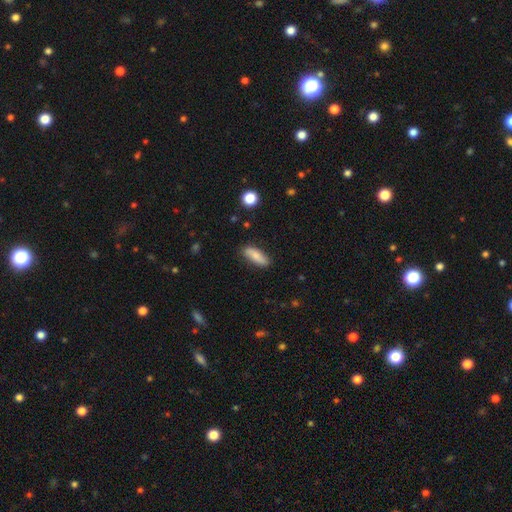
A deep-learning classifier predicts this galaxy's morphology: smooth-or-featured: smooth: 78% | featured or disk: 15% | star or artifact: 6%
  how-rounded: in between: 60% | cigar-shaped: 38% | round: 2%
  merging: none: 84% | minor disturbance: 13% | major disturbance: 2% | merger: 1%